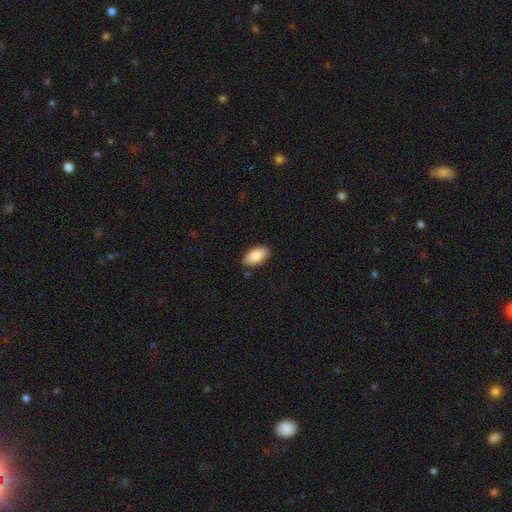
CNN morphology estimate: Smooth or featured: smooth — 87% (featured or disk — 7%)
How rounded: in between — 94% (cigar-shaped — 3%)
Merging: none — 86% (minor disturbance — 10%)